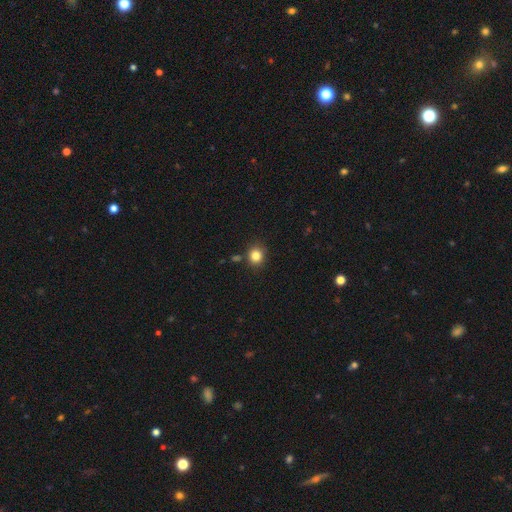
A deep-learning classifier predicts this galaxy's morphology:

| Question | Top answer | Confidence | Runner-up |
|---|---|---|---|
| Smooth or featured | smooth | 83% | star or artifact (12%) |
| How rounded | round | 80% | in between (19%) |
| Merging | none | 81% | minor disturbance (11%) |